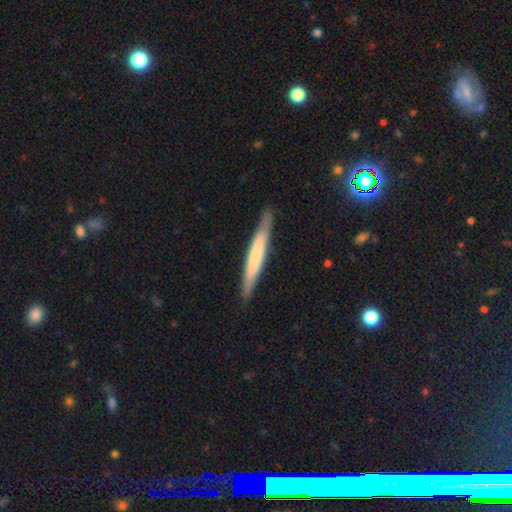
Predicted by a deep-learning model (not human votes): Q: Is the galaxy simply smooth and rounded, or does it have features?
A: smooth — 55%.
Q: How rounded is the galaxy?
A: cigar-shaped — 96%.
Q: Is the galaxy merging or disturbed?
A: none — 88%.